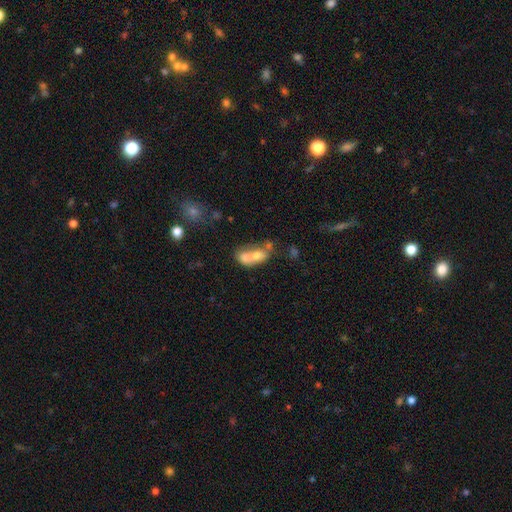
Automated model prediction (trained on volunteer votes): Morphology: type=smooth (64%); roundness=in between (77%); merging=merger (59%).